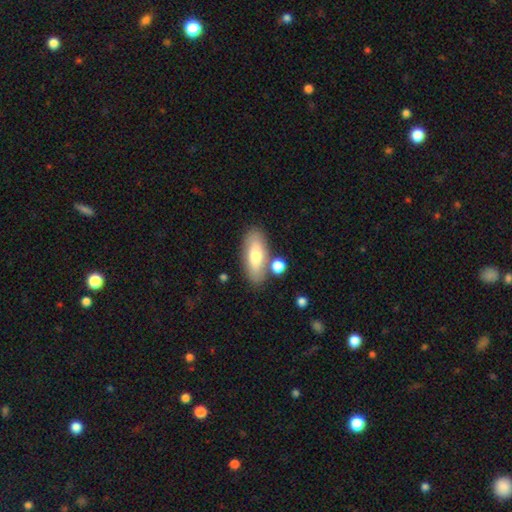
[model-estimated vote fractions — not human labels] A smooth galaxy with no disk features (69%) that is in between round and cigar-shaped (76%).

Vote fractions:
- Smooth or featured? smooth: 69% / featured or disk: 24% / star or artifact: 7%
- How rounded? in between: 76% / cigar-shaped: 20% / round: 3%
- Merging? none: 74% / minor disturbance: 12% / merger: 10% / major disturbance: 4%